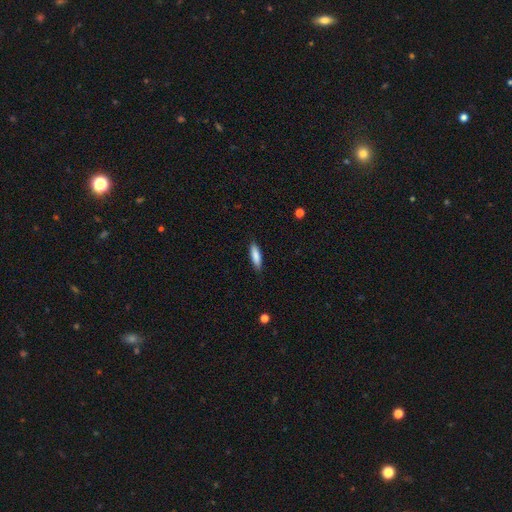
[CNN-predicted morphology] A smooth galaxy with no disk features (84%) that is cigar-shaped (62%). Merging: none (85%).